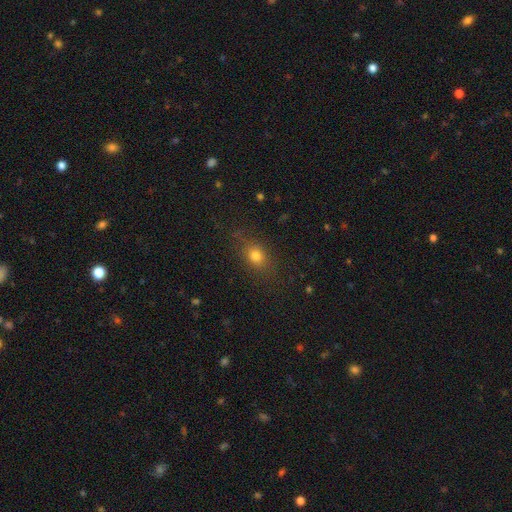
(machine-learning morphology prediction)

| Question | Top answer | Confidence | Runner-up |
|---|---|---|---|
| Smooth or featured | smooth | 76% | star or artifact (14%) |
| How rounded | in between | 55% | round (41%) |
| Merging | none | 80% | minor disturbance (13%) |